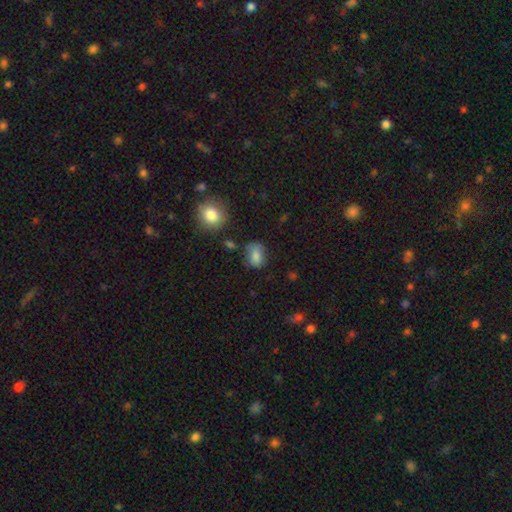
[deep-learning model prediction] A smooth galaxy with no disk features (79%) that is in between round and cigar-shaped (67%). Merging: none (62%).